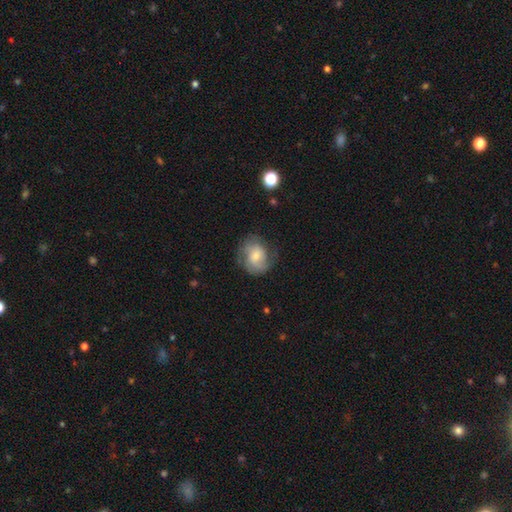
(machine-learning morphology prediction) Smooth or featured: featured or disk — 52% (smooth — 40%)
Edge-on disk: no — 97% (yes — 3%)
Bar: no — 65% (weak — 29%)
Spiral arms: yes — 84% (no — 16%)
Bulge size: small — 44% (moderate — 43%)
Merging: none — 64% (minor disturbance — 23%)